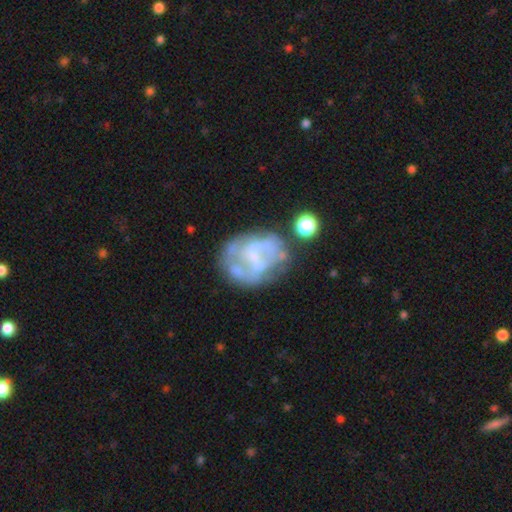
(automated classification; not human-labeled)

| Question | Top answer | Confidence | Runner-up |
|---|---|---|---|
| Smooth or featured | featured or disk | 71% | smooth (19%) |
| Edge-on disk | no | 98% | yes (2%) |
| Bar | no | 64% | weak (26%) |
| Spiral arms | no | 66% | yes (34%) |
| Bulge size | none | 46% | small (35%) |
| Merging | none | 49% | minor disturbance (21%) |